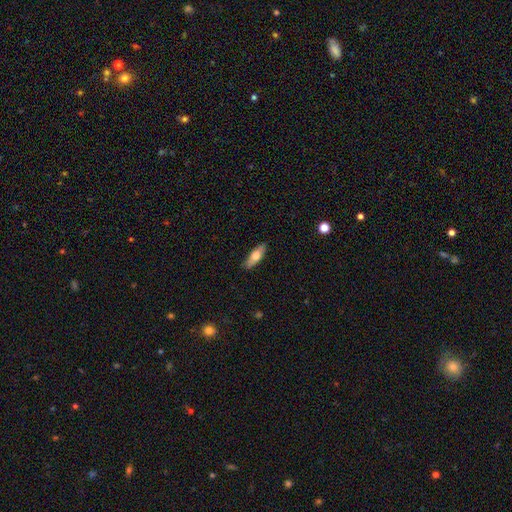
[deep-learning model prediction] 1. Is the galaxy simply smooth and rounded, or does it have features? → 66% smooth, 28% featured or disk, 6% star or artifact.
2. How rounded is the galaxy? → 58% in between, 39% cigar-shaped, 2% round.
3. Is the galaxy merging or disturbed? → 88% none, 9% minor disturbance, 2% major disturbance, 1% merger.